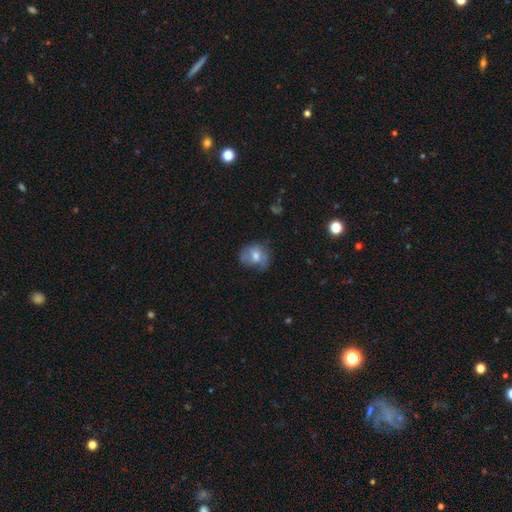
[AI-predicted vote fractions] The model was most divided on "merging": none: 50%, minor disturbance: 32%, major disturbance: 16%, merger: 3%. More confident: smooth or featured — smooth (63%); how rounded — round (61%).